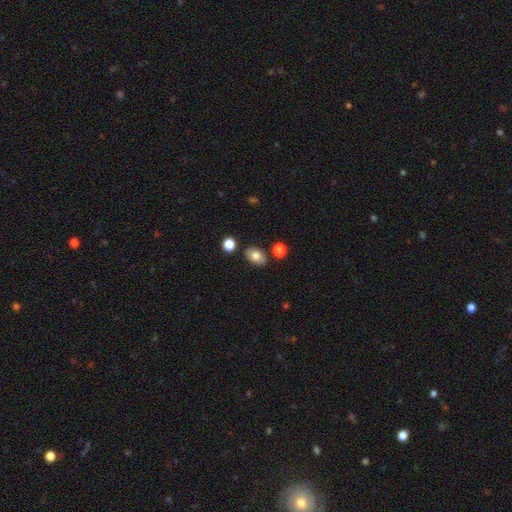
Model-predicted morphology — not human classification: This appears to be a smooth galaxy with no disk features (76%) that is in between round and cigar-shaped (84%). Merging: none (82%).